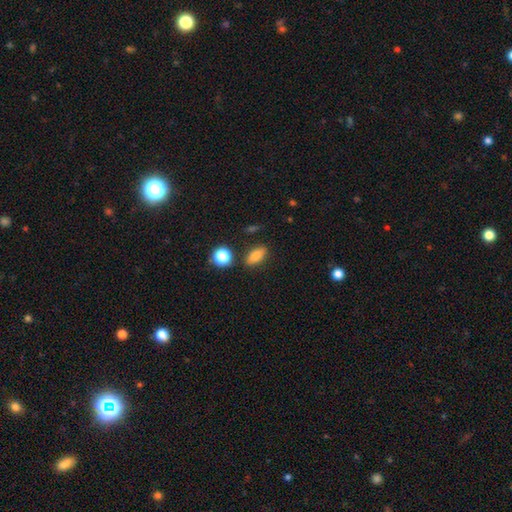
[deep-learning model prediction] Q: Smooth or featured?
A: smooth (84%); runner-up: star or artifact (10%)
Q: How rounded?
A: in between (80%); runner-up: round (10%)
Q: Merging?
A: none (84%); runner-up: minor disturbance (10%)